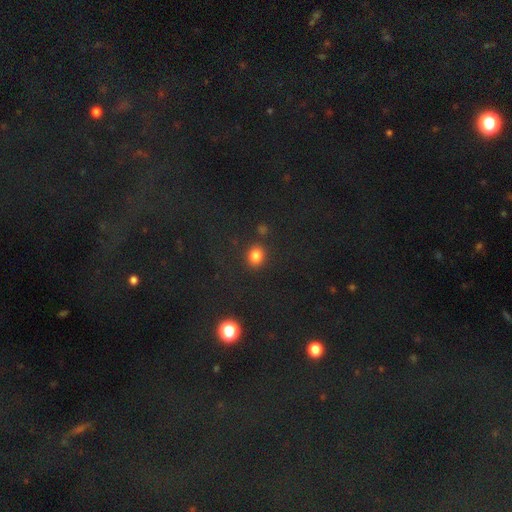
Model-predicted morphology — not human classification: A smooth galaxy with no disk features (80%) that is round (60%).

Vote fractions:
- Smooth or featured? smooth: 80% / star or artifact: 15% / featured or disk: 5%
- How rounded? round: 60% / in between: 39% / cigar-shaped: 1%
- Merging? none: 83% / minor disturbance: 9% / merger: 4% / major disturbance: 4%